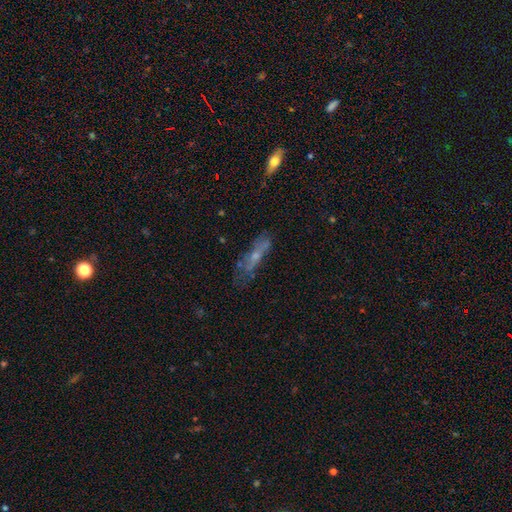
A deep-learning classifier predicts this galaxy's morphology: type=featured or disk (44%, tied with smooth); merging=none (51%).